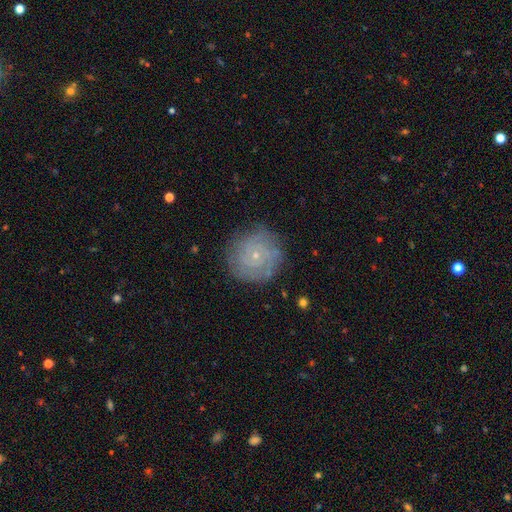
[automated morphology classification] A featured or disk galaxy (68%) with no bar (82%), tight (75%) spiral arms (89%) and a small central bulge (85%).

Vote fractions:
- Smooth or featured? featured or disk: 68% / smooth: 23% / star or artifact: 9%
- Edge-on disk? no: 98% / yes: 2%
- Bar? no: 82% / weak: 15% / strong: 3%
- Spiral arms? yes: 89% / no: 11%
- Spiral winding? tight: 75% / medium: 20% / loose: 5%
- Spiral arm count? can't tell: 39% / 2: 20% / 3: 17% / 4: 11% / more than 4: 7% / 1: 6%
- Bulge size? small: 85% / moderate: 11% / none: 2% / large: 1% / dominant: 1%
- Merging? none: 83% / minor disturbance: 12% / major disturbance: 4% / merger: 1%